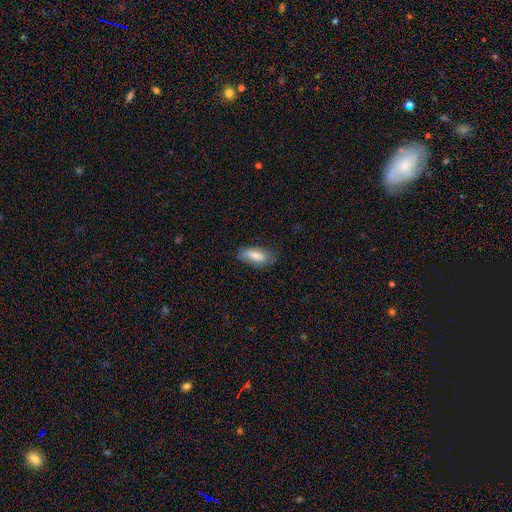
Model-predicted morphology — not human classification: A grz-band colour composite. It shows a smooth galaxy with no disk features (80%) that is in between round and cigar-shaped (73%). Merging: none (77%).